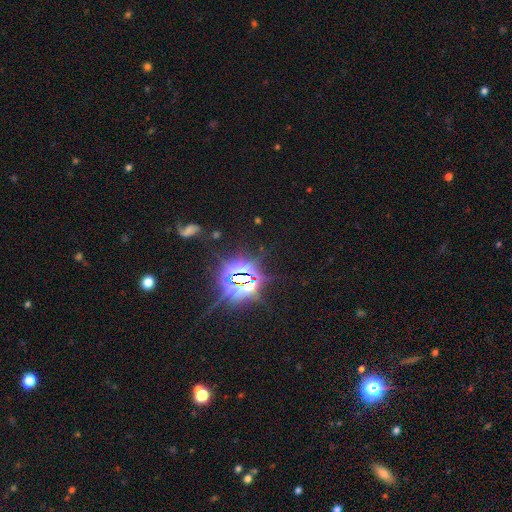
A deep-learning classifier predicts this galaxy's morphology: star or artifact 84%, smooth 10%, featured or disk 6%.